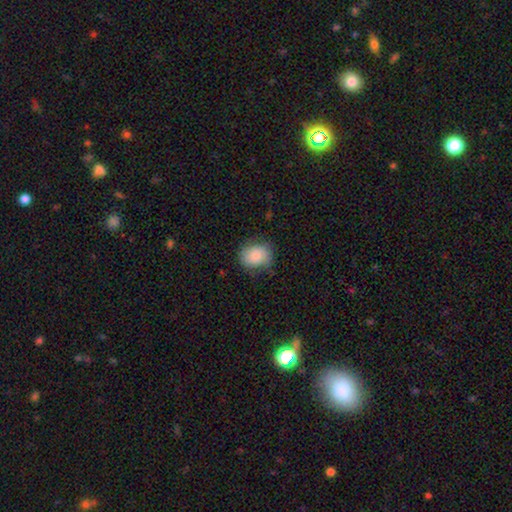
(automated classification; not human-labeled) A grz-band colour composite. It shows a smooth galaxy with no disk features (84%) that is round (55%). Merging: none (70%).